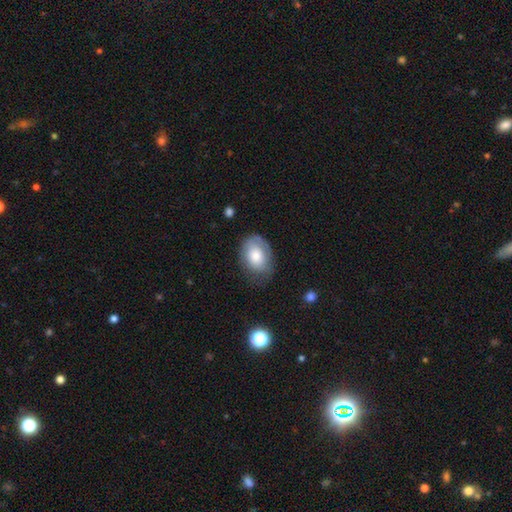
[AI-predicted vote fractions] This is likely a smooth galaxy (70%). How rounded: likely in between (74%). Merging: possibly none (59%).